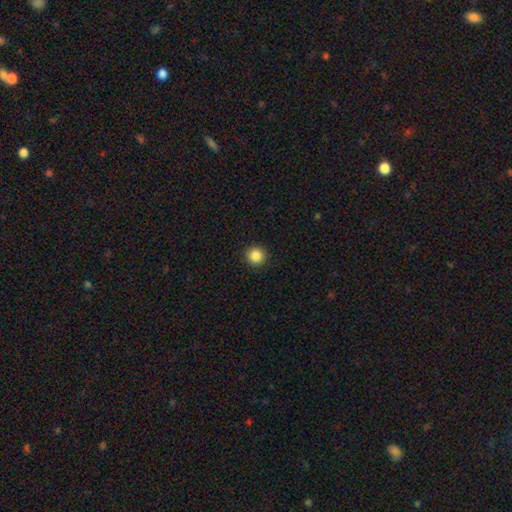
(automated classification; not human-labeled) Smooth or featured? smooth (87%)
How rounded? round (94%)
Merging? none (92%)